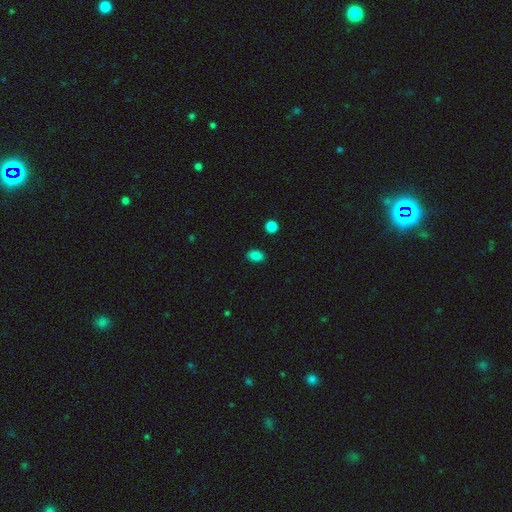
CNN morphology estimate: This is clearly a smooth galaxy (85%). How rounded: clearly in between (80%). Merging: clearly none (88%).